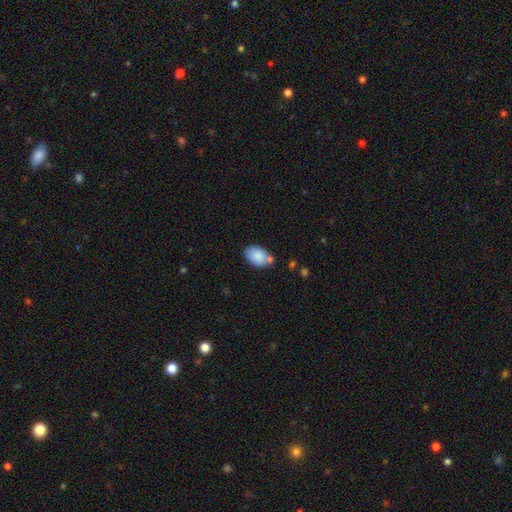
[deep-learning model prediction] A smooth galaxy with no disk features (85%) that is in between round and cigar-shaped (89%). Merging: none (64%).